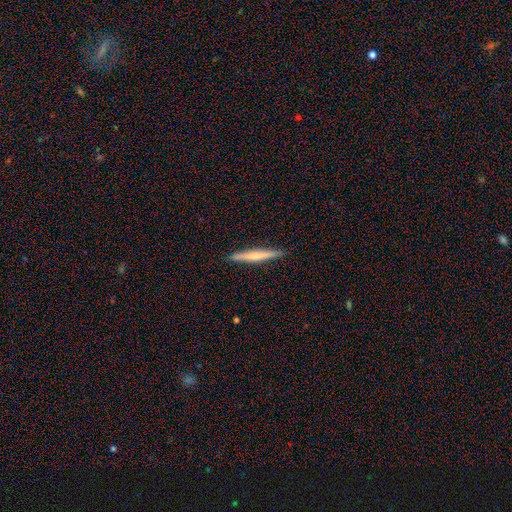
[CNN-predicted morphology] This is possibly a smooth galaxy (57%). How rounded: clearly cigar-shaped (96%). Merging: clearly none (91%).